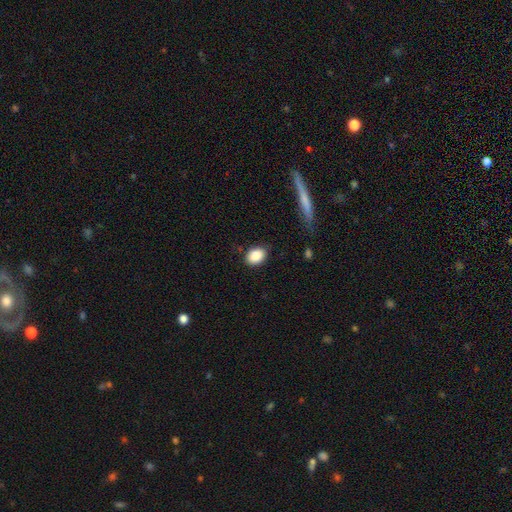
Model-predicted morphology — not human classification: A smooth galaxy with no disk features (87%) that is in between round and cigar-shaped (73%). Merging: none (84%).